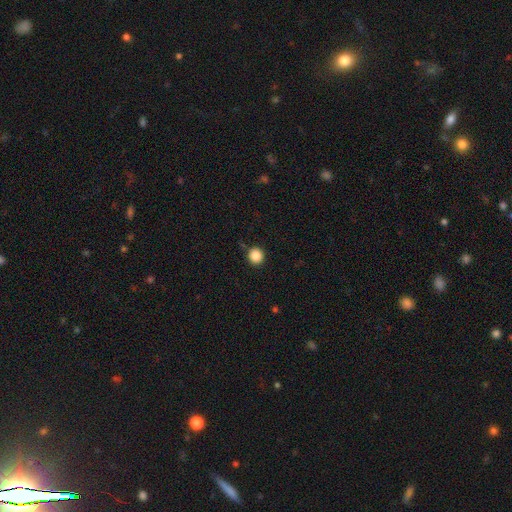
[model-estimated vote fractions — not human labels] Overall: smooth (86%). How rounded: round (94%). Merging: none (90%).